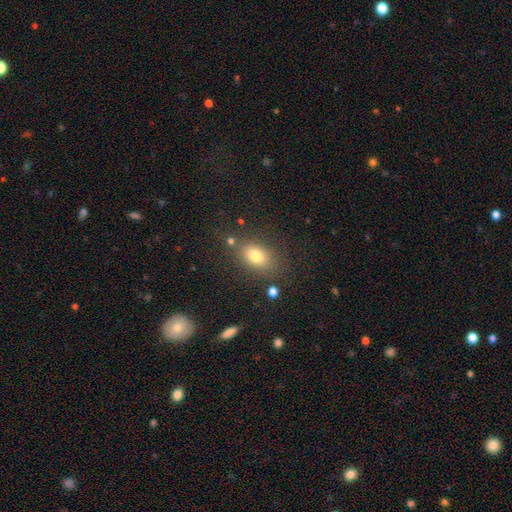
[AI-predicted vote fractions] Smooth or featured? smooth (77%)
How rounded? in between (82%)
Merging? none (76%)